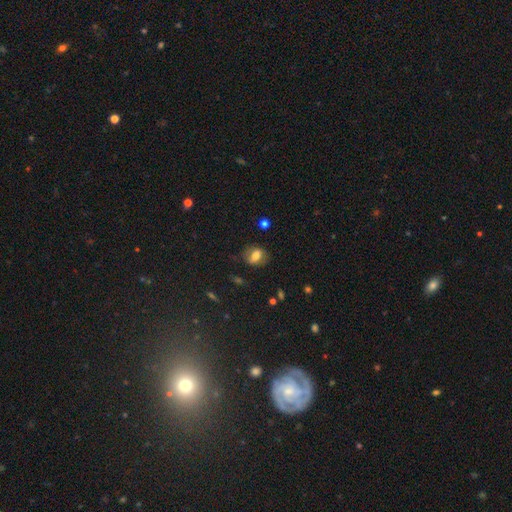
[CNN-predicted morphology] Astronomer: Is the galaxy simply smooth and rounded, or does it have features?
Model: smooth — 64%.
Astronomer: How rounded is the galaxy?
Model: in between — 66%.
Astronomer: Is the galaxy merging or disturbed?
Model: none — 72%.